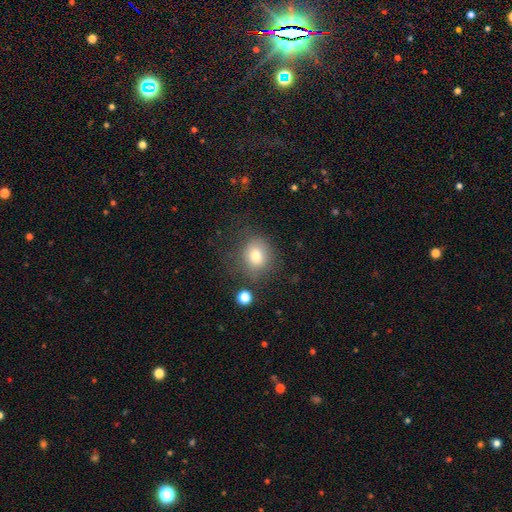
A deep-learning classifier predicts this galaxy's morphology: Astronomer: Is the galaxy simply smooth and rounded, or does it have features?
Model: smooth — 76%.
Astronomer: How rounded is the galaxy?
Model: round — 75%.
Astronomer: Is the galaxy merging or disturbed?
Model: none — 72%.